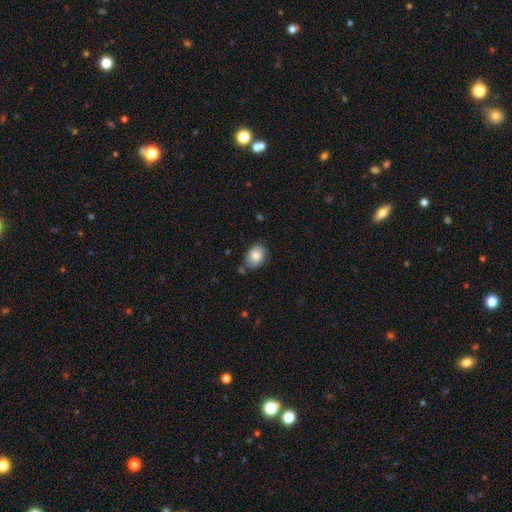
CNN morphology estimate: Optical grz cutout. It shows a smooth galaxy with no disk features (83%) that is in between round and cigar-shaped (64%). Merging: none (65%).